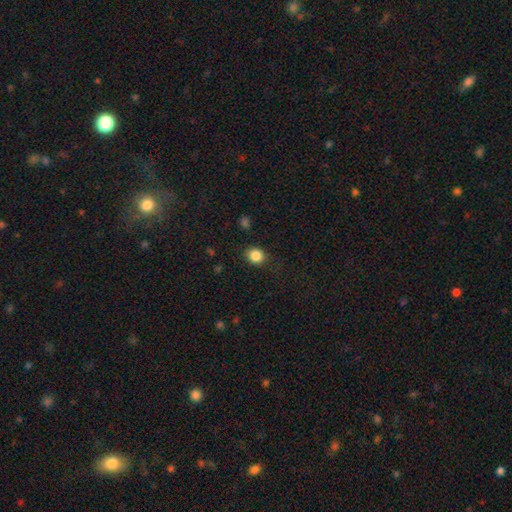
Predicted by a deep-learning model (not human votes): The model was most divided on "how rounded": round: 76%, in between: 23%, cigar-shaped: 1%. More confident: smooth or featured — smooth (85%); merging — none (84%).